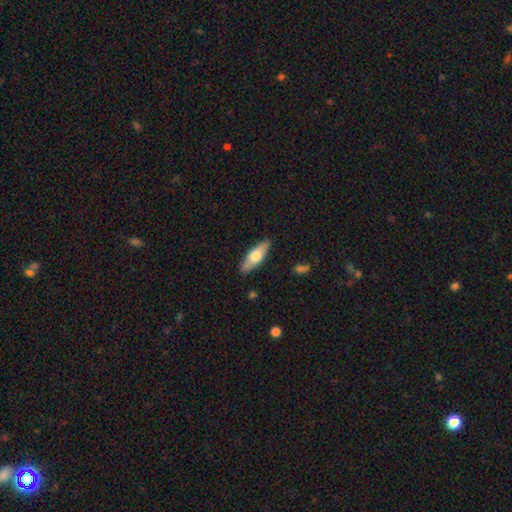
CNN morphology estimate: type=smooth (55%); roundness=in between (55%); merging=none (87%).